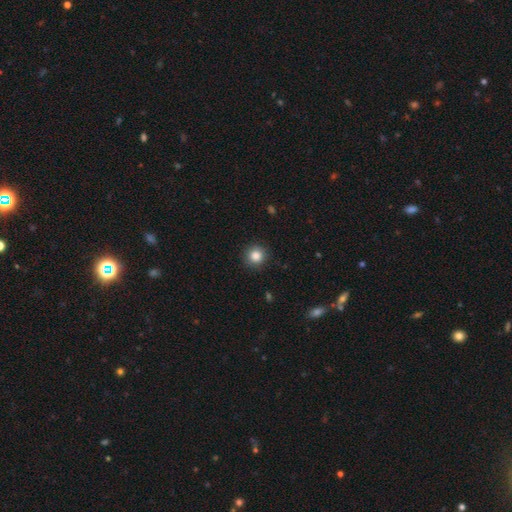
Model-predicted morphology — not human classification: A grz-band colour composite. It shows a smooth galaxy with no disk features (86%) that is round (93%). Merging: none (90%).